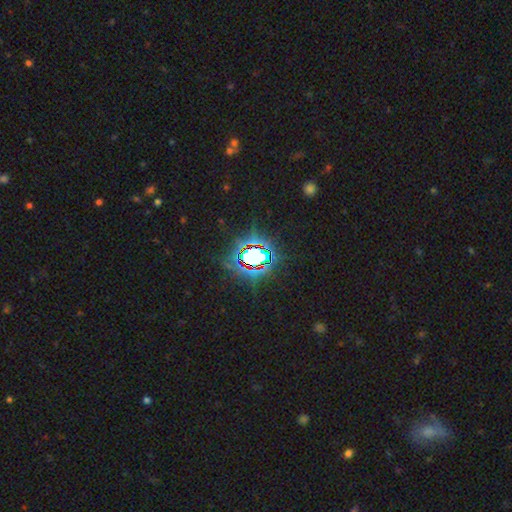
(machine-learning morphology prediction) type=star or artifact (78%).